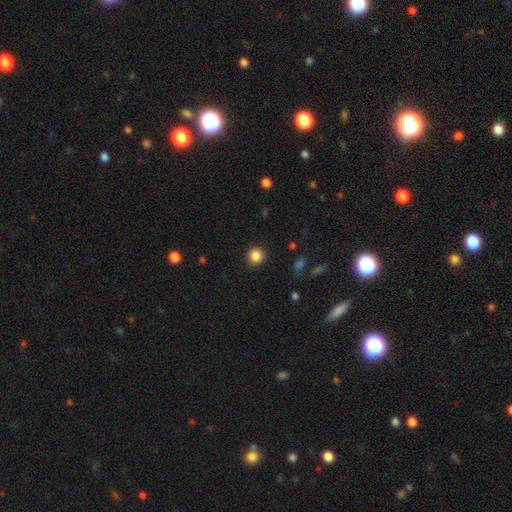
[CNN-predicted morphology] A smooth galaxy with no disk features (85%) that is round (91%). Merging: none (91%).